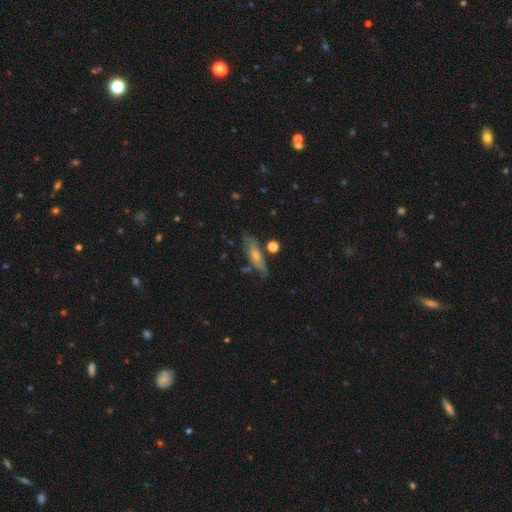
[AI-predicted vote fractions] The model was most divided on "smooth or featured": smooth: 55%, featured or disk: 38%, star or artifact: 8%. More confident: merging — none (68%); how rounded — cigar-shaped (59%).